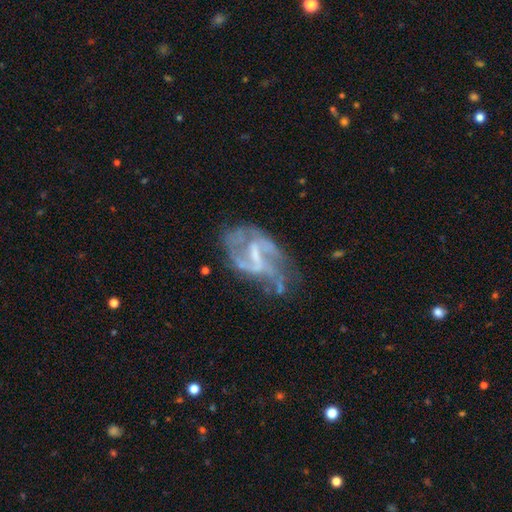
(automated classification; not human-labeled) Q: Smooth or featured?
A: featured or disk (82%); runner-up: smooth (10%)
Q: Edge-on disk?
A: no (97%); runner-up: yes (3%)
Q: Bar?
A: weak (50%); runner-up: strong (30%)
Q: Spiral arms?
A: yes (80%); runner-up: no (20%)
Q: Spiral winding?
A: loose (41%); runner-up: medium (40%)
Q: Spiral arm count?
A: 2 (44%); runner-up: can't tell (28%)
Q: Bulge size?
A: small (39%); runner-up: none (36%)
Q: Merging?
A: none (39%); runner-up: major disturbance (30%)